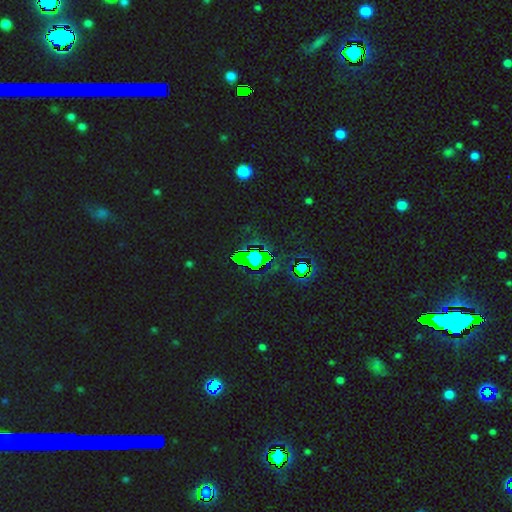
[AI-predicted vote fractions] Overall: star or artifact (76%).